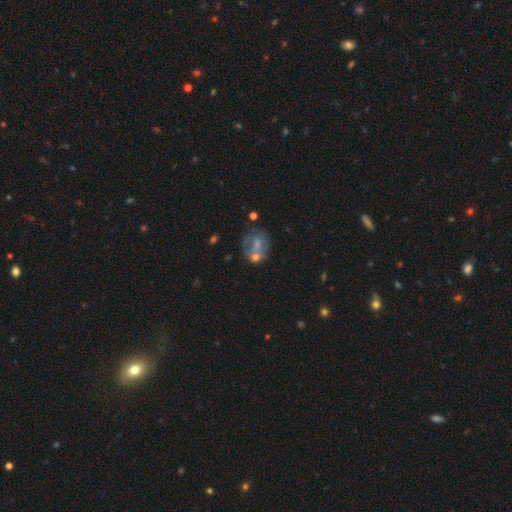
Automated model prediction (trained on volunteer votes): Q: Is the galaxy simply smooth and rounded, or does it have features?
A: featured or disk — 44%.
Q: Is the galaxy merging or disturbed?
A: none — 42%.